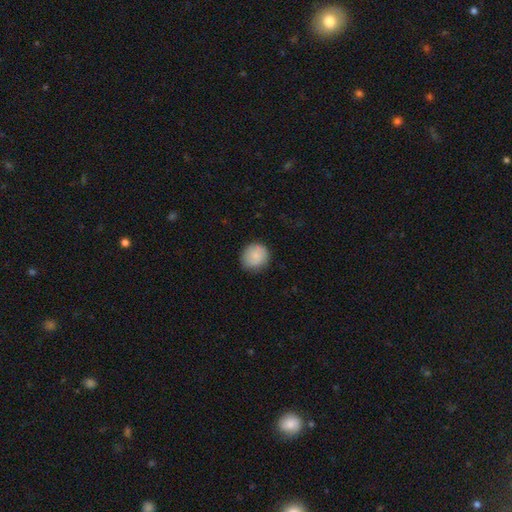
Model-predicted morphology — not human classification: This is clearly a smooth galaxy (85%). How rounded: clearly round (86%). Merging: clearly none (84%).